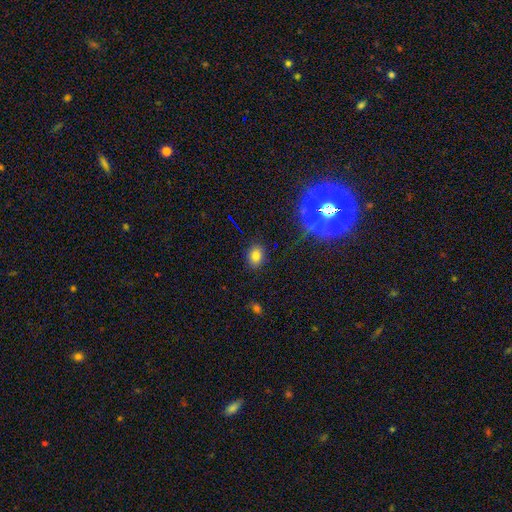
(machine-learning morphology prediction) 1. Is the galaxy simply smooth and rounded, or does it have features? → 76% smooth, 17% star or artifact, 7% featured or disk.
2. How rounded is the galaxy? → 54% in between, 44% round, 1% cigar-shaped.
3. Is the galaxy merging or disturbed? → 86% none, 9% minor disturbance, 3% major disturbance, 1% merger.